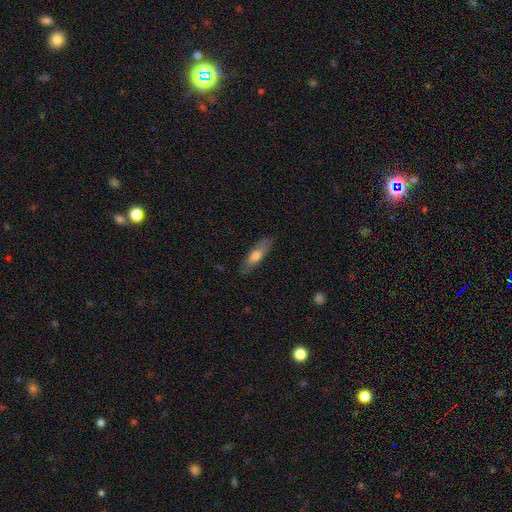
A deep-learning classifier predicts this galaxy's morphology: A smooth galaxy with no disk features (67%) that is cigar-shaped (51%).

Vote fractions:
- Smooth or featured? smooth: 67% / featured or disk: 27% / star or artifact: 6%
- How rounded? cigar-shaped: 51% / in between: 47% / round: 2%
- Merging? none: 82% / minor disturbance: 13% / major disturbance: 3% / merger: 1%